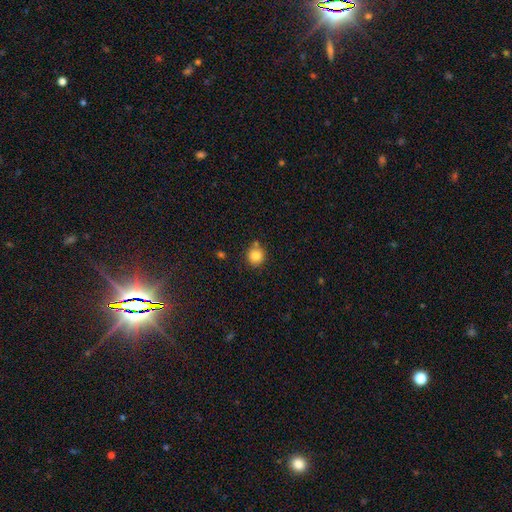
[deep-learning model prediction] Smooth or featured: smooth — 84% (star or artifact — 10%)
How rounded: round — 90% (in between — 9%)
Merging: none — 74% (minor disturbance — 13%)